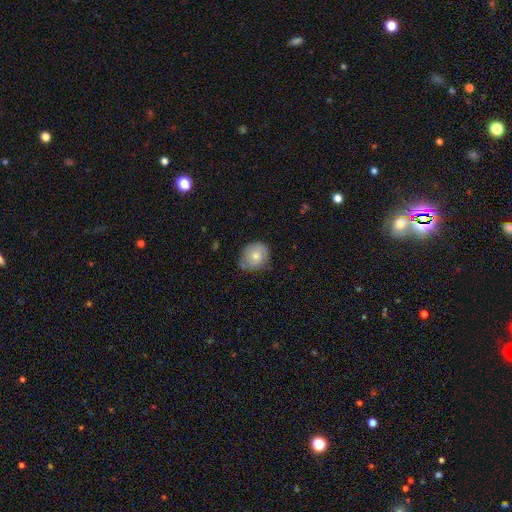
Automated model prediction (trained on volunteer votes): Morphology: type=smooth (76%); roundness=round (61%); merging=none (63%).